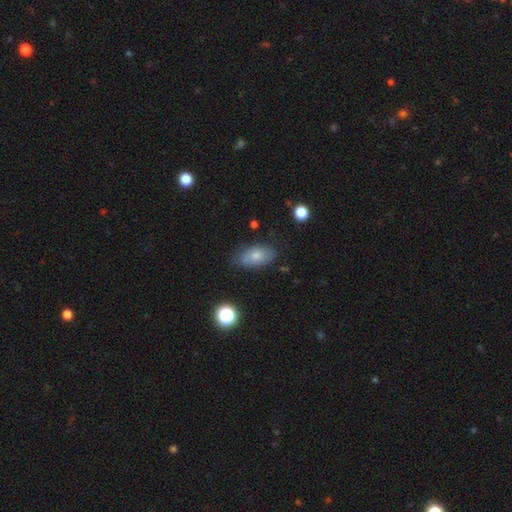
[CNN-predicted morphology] type=smooth (74%); roundness=in between (90%); merging=none (71%).